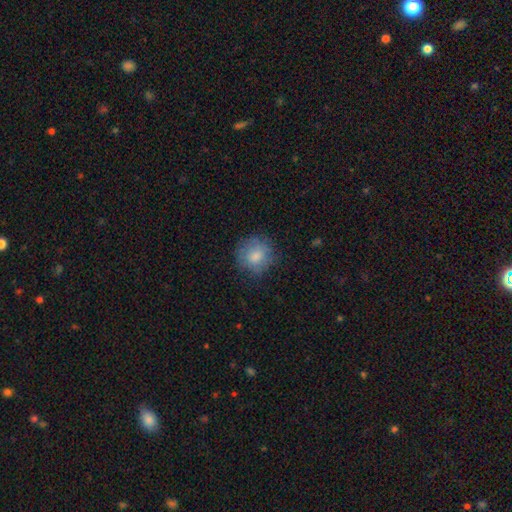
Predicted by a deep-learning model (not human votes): Morphology: type=smooth (79%); roundness=round (88%); merging=none (76%).